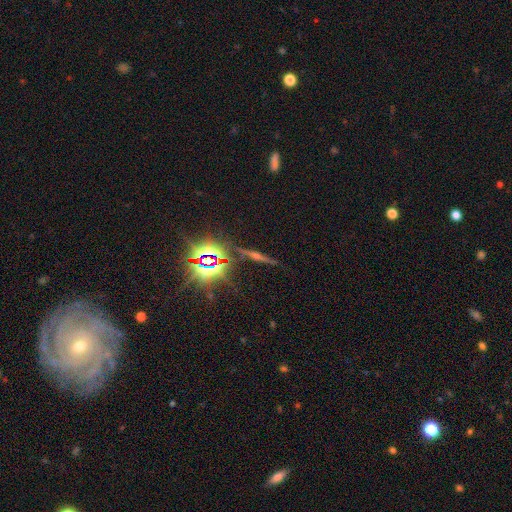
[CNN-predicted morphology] This is marginally a featured or disk galaxy (42%). Merging: clearly none (85%).